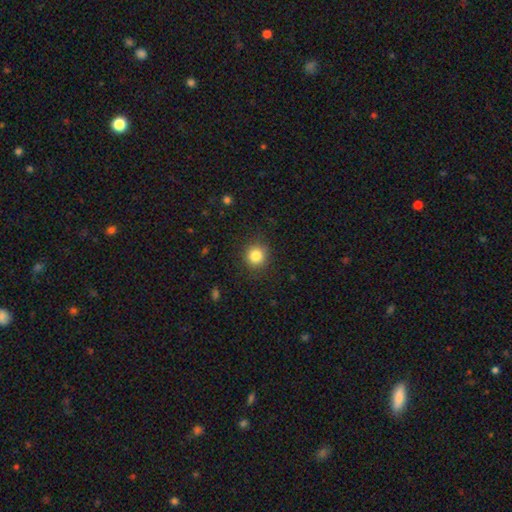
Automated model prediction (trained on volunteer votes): smooth-or-featured: smooth: 83% | star or artifact: 11% | featured or disk: 6%
  how-rounded: round: 92% | in between: 7% | cigar-shaped: 1%
  merging: none: 89% | minor disturbance: 8% | major disturbance: 3% | merger: 1%